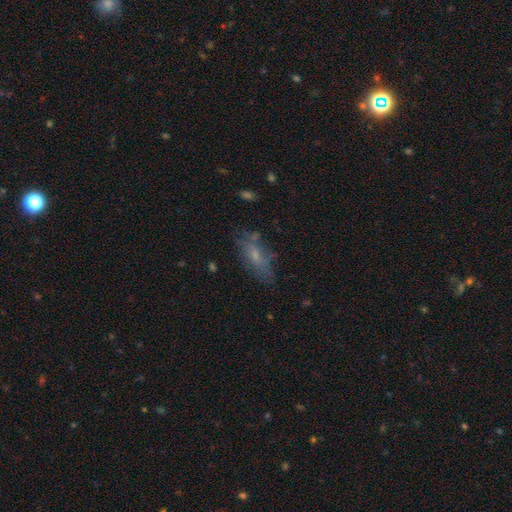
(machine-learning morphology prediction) Smooth or featured? Predicted: smooth (p=0.54). How rounded? Predicted: in between (p=0.70). Merging? Predicted: none (p=0.63).